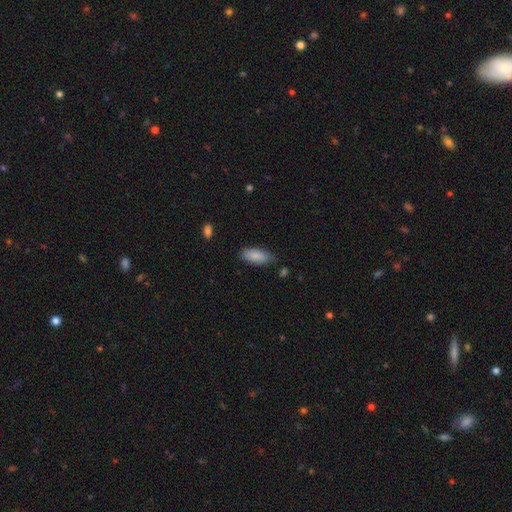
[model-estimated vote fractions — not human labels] This appears to be a smooth galaxy with no disk features (85%) that is in between round and cigar-shaped (84%). Merging: none (73%).